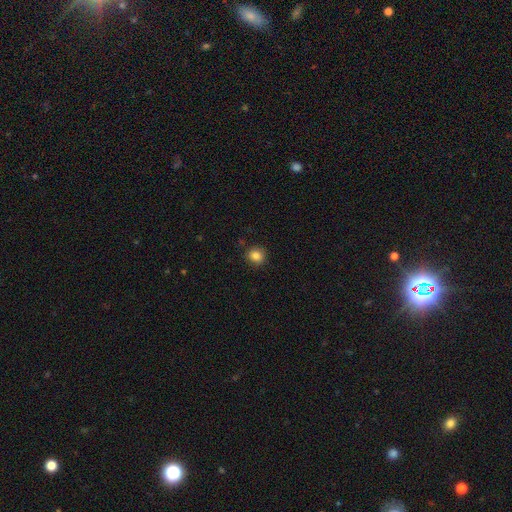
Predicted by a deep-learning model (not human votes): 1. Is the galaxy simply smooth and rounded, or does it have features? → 85% smooth, 10% star or artifact, 5% featured or disk.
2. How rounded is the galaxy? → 80% round, 19% in between, 1% cigar-shaped.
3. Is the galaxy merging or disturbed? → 88% none, 9% minor disturbance, 2% major disturbance, 1% merger.